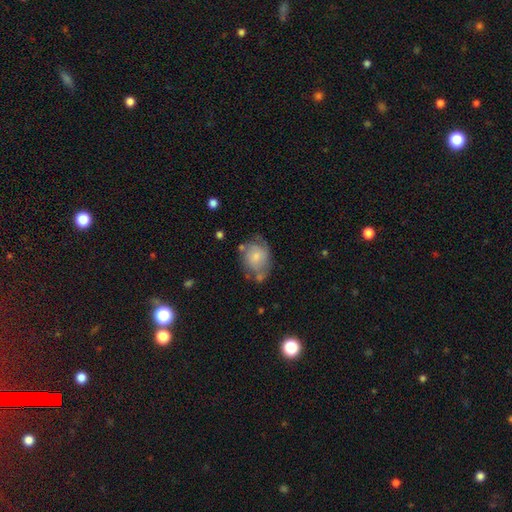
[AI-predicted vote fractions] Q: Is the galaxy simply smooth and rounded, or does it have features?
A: smooth — 53%.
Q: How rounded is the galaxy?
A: in between — 50%.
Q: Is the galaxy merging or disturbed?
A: none — 49%.